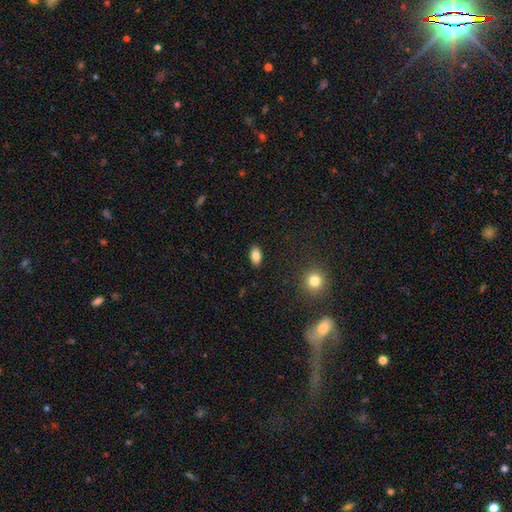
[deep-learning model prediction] A smooth galaxy with no disk features (84%) that is in between round and cigar-shaped (91%). Merging: none (88%).